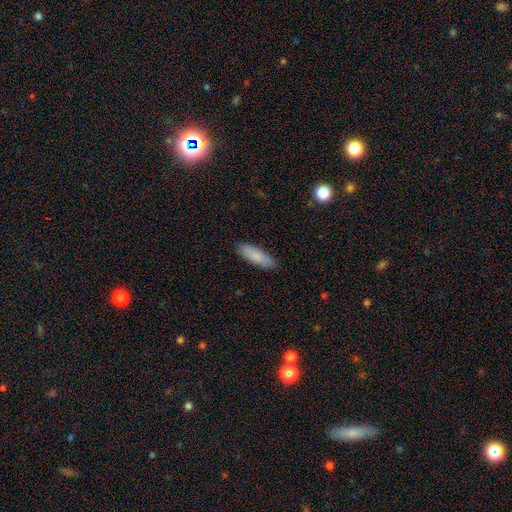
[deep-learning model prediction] smooth 84%, featured or disk 10%, star or artifact 6%. Down the decision tree: how rounded — cigar-shaped (51%); merging — none (87%).